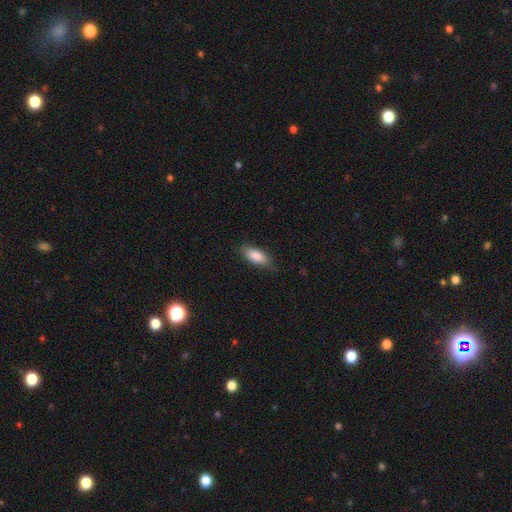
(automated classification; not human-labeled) Smooth or featured: smooth — 86% (featured or disk — 8%)
How rounded: in between — 79% (cigar-shaped — 19%)
Merging: none — 83% (minor disturbance — 14%)